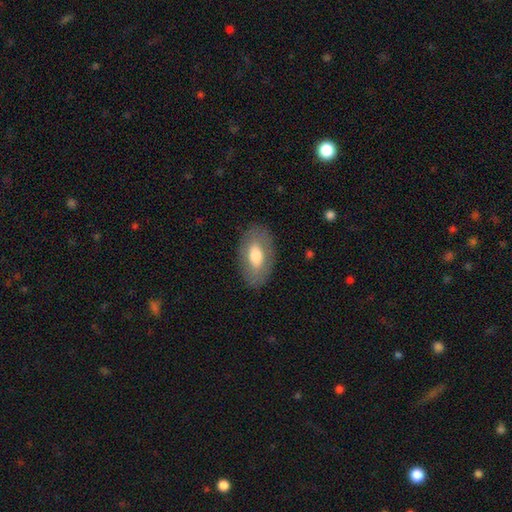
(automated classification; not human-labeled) Smooth or featured? Predicted: smooth (p=0.62). How rounded? Predicted: in between (p=0.92). Merging? Predicted: none (p=0.83).